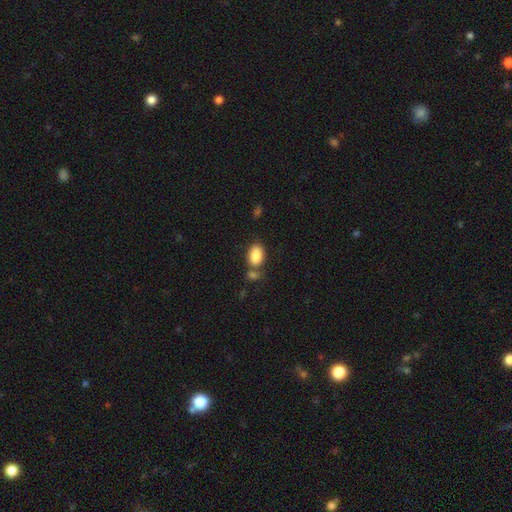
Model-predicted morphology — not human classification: smooth-or-featured: smooth: 86% | star or artifact: 7% | featured or disk: 6%
  how-rounded: in between: 87% | round: 11% | cigar-shaped: 1%
  merging: none: 59% | merger: 24% | minor disturbance: 13% | major disturbance: 4%